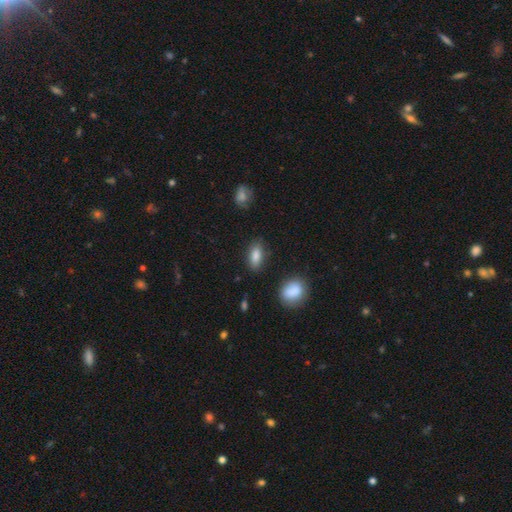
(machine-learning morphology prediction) type=smooth (85%); roundness=in between (86%); merging=none (82%).